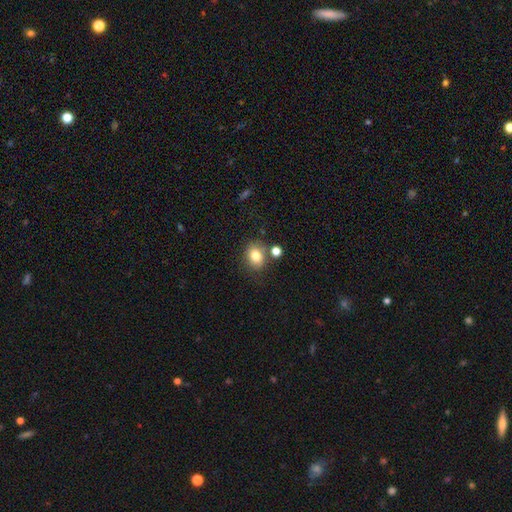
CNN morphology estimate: Smooth or featured: smooth — 80% (star or artifact — 11%)
How rounded: round — 53% (in between — 46%)
Merging: none — 70% (minor disturbance — 13%)